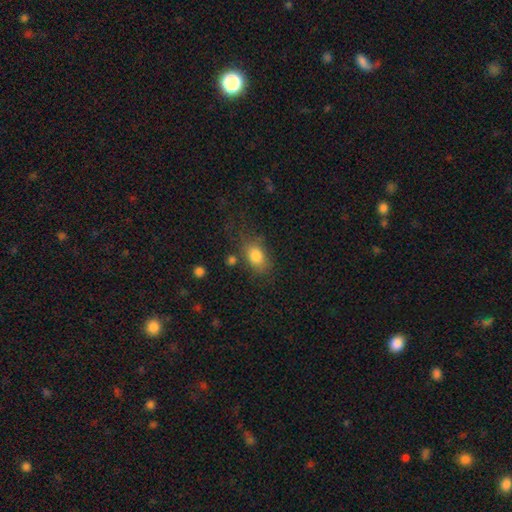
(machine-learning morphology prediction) This appears to be a smooth galaxy with no disk features (82%) that is in between round and cigar-shaped (80%). Merging: none (66%).